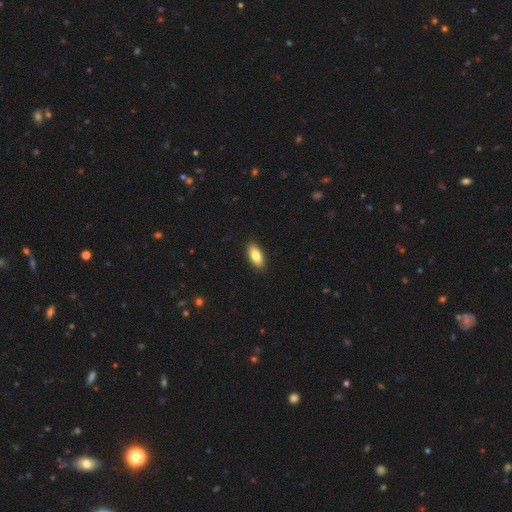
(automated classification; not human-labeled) Morphology: type=smooth (82%); roundness=in between (85%); merging=none (90%).